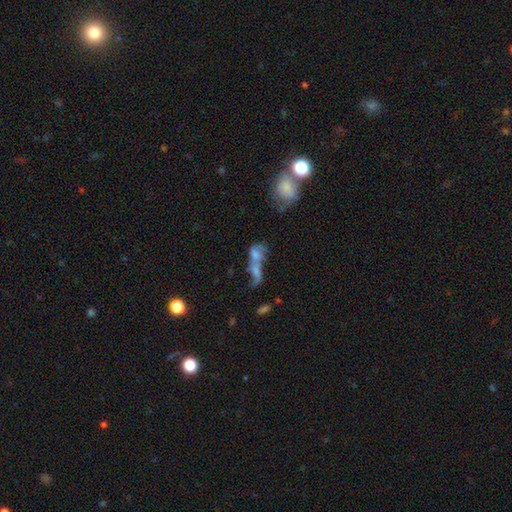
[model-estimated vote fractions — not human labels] Q: Smooth or featured?
A: smooth (54%); runner-up: featured or disk (32%)
Q: How rounded?
A: in between (66%); runner-up: cigar-shaped (18%)
Q: Merging?
A: merger (65%); runner-up: none (15%)